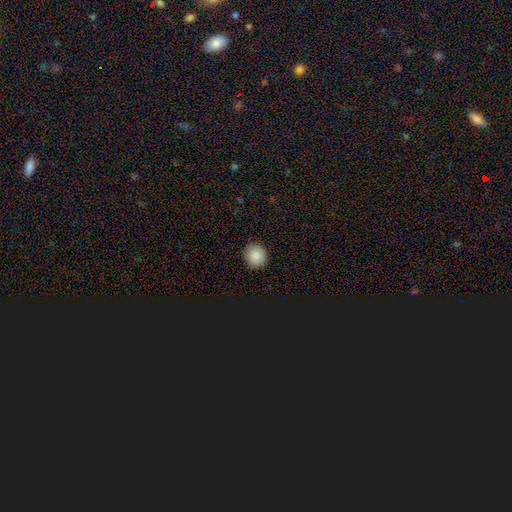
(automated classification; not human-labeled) Smooth or featured?
  - smooth: 87% *
  - star or artifact: 9%
  - featured or disk: 3%
How rounded?
  - round: 87% *
  - in between: 12%
  - cigar-shaped: 1%
Merging?
  - none: 88% *
  - minor disturbance: 9%
  - major disturbance: 2%
  - merger: 1%